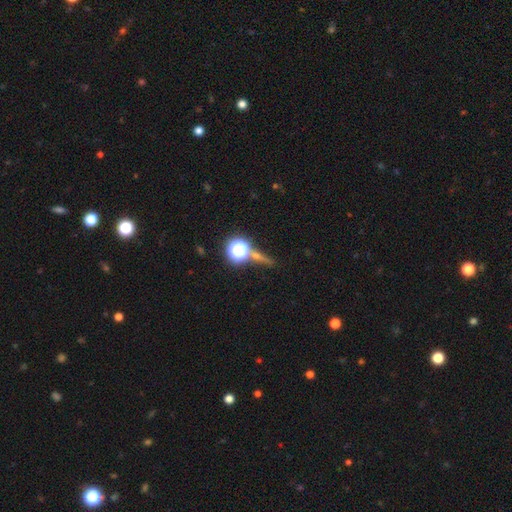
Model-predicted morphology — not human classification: Smooth or featured? star or artifact (52%)